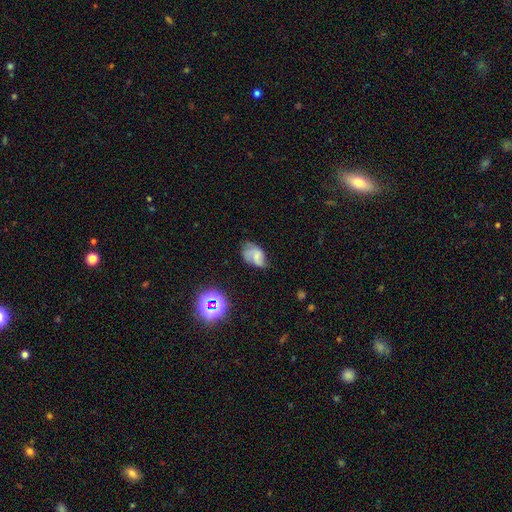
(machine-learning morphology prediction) A featured or disk galaxy (44%). Merging: none (46%).